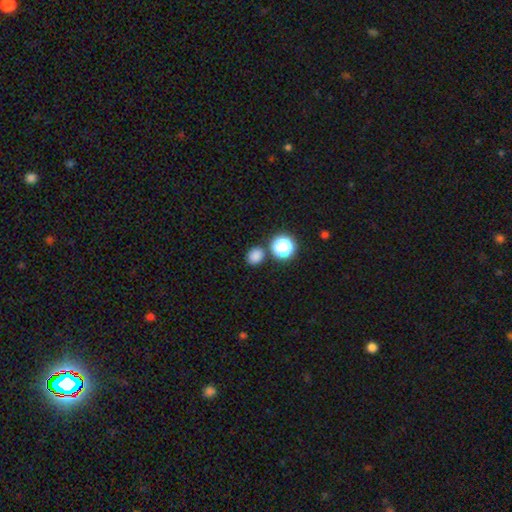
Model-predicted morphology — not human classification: smooth_or_featured: smooth (p=0.80) [alt: star or artifact p=0.16]
how_rounded: round (p=0.71) [alt: in between p=0.28]
merging: none (p=0.80) [alt: merger p=0.09]